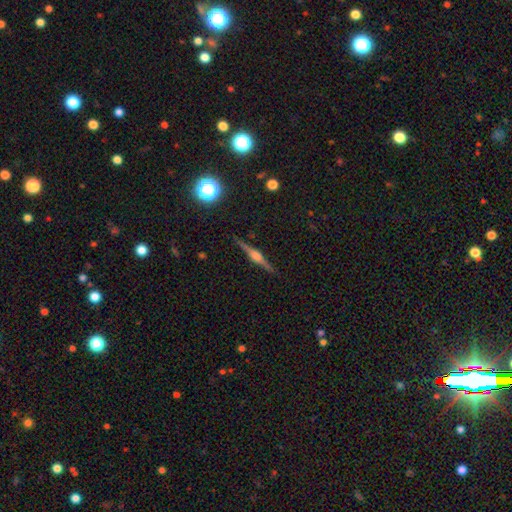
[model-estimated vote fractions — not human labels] smooth-or-featured: featured or disk: 83% | smooth: 10% | star or artifact: 7%
  disk-edge-on: yes: 98% | no: 2%
    edge-on-bulge: rounded: 86% | boxy: 12% | none: 3%
  merging: none: 90% | minor disturbance: 7% | major disturbance: 2% | merger: 1%